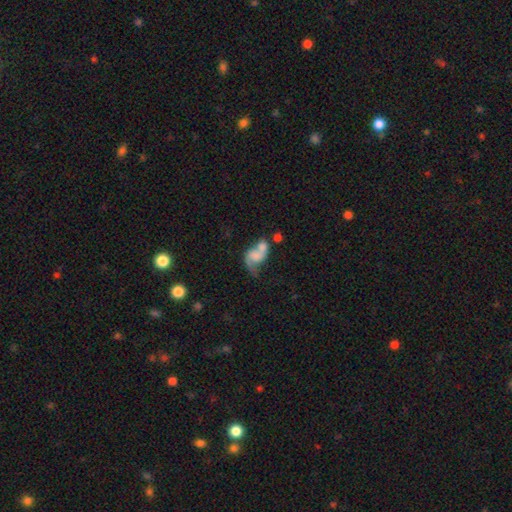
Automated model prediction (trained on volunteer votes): smooth-or-featured: featured or disk: 47% | smooth: 42% | star or artifact: 11%
  merging: merger: 52% | major disturbance: 19% | none: 17% | minor disturbance: 12%